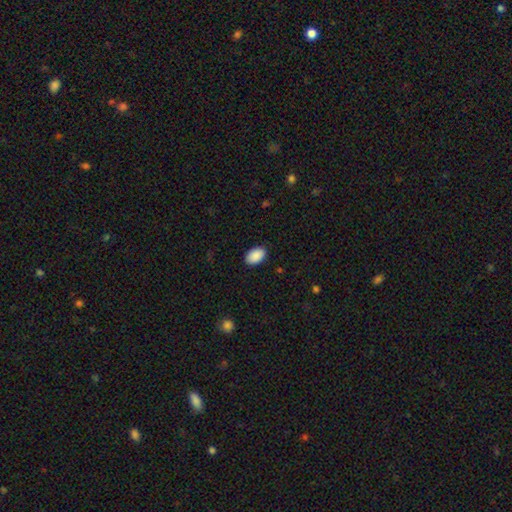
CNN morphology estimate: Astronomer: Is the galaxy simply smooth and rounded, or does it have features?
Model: smooth — 91%.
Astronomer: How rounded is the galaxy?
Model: in between — 92%.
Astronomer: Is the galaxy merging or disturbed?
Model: none — 89%.